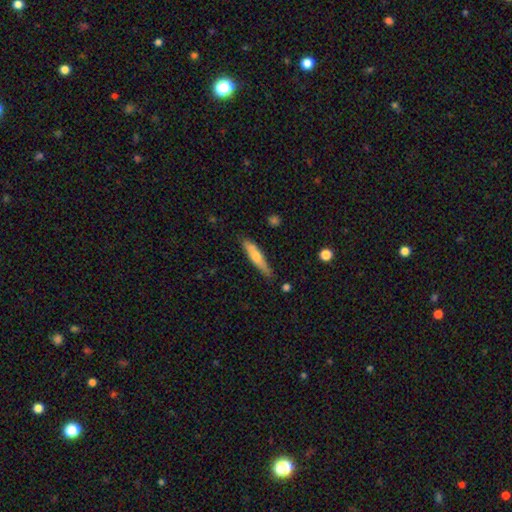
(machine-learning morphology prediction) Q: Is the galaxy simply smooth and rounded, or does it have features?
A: smooth — 62%.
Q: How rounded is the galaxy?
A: cigar-shaped — 83%.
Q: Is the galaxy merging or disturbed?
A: none — 78%.